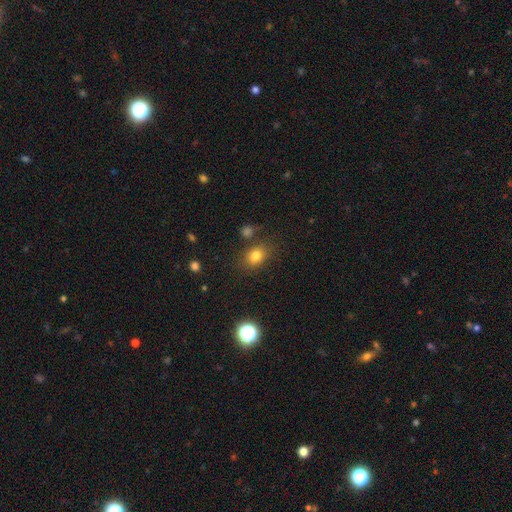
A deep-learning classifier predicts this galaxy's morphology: The model was most divided on "how rounded": in between: 62%, round: 37%, cigar-shaped: 1%. More confident: smooth or featured — smooth (78%); merging — none (74%).